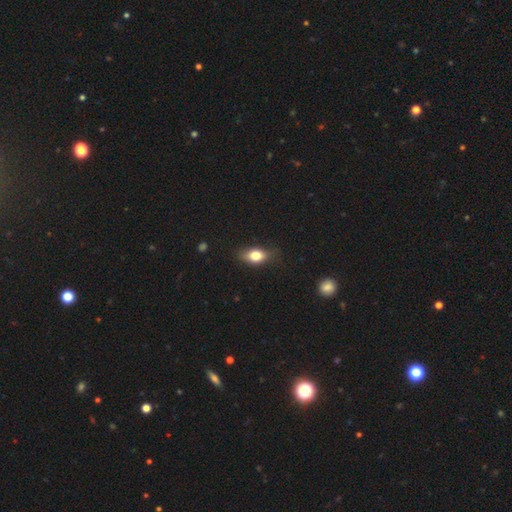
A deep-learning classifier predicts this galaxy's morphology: A smooth galaxy with no disk features (75%) that is in between round and cigar-shaped (79%). Merging: none (75%).